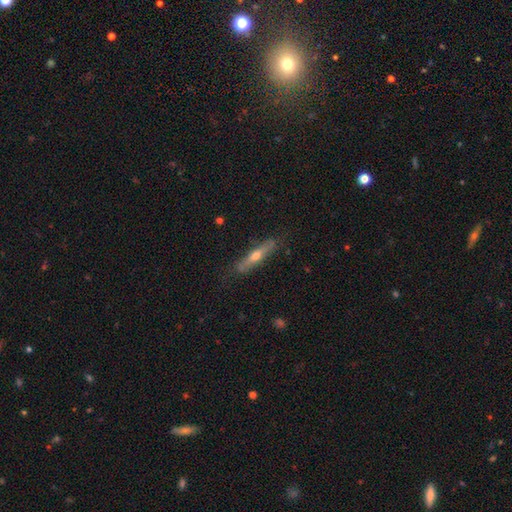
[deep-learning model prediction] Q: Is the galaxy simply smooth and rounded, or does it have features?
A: featured or disk — 58%.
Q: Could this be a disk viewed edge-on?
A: yes — 91%.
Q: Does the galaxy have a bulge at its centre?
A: rounded — 88%.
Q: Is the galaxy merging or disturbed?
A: none — 83%.